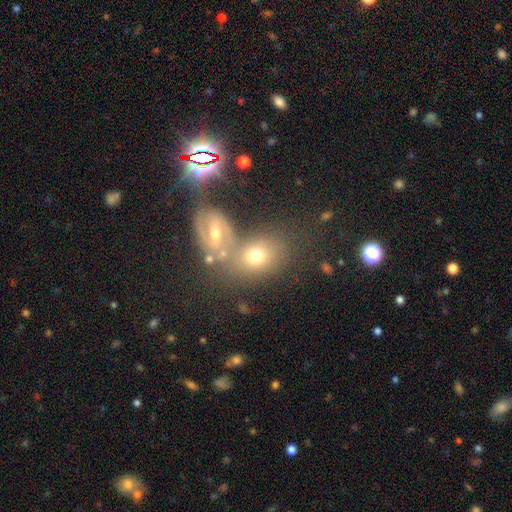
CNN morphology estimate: This appears to be a smooth galaxy with no disk features (61%) that is in between round and cigar-shaped (66%). Merging: none (42%).